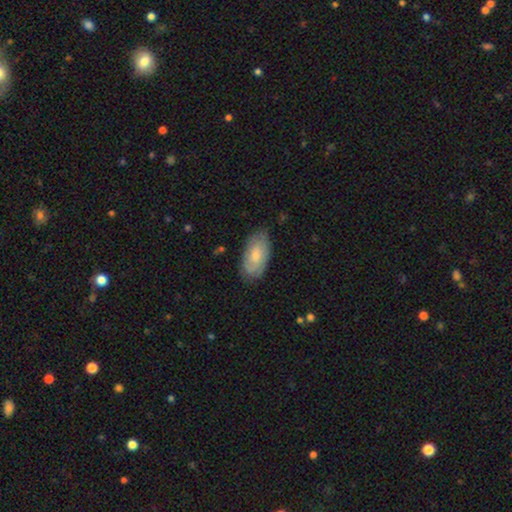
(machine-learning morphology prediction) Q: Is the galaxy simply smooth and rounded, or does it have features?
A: smooth — 63%.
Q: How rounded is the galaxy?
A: in between — 94%.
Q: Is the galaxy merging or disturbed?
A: none — 77%.